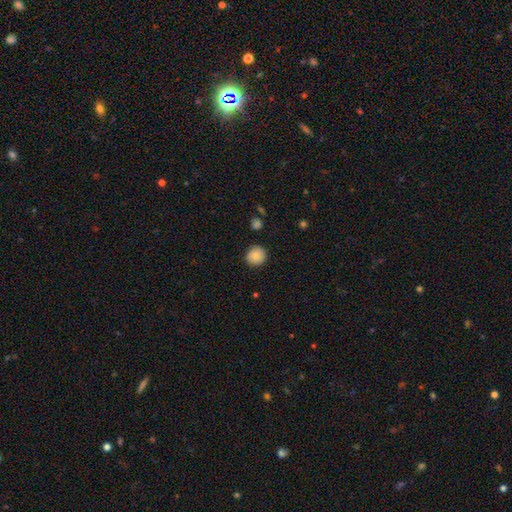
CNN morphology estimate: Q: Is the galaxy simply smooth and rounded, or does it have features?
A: smooth — 84%.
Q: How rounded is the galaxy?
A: round — 92%.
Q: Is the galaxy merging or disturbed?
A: none — 86%.